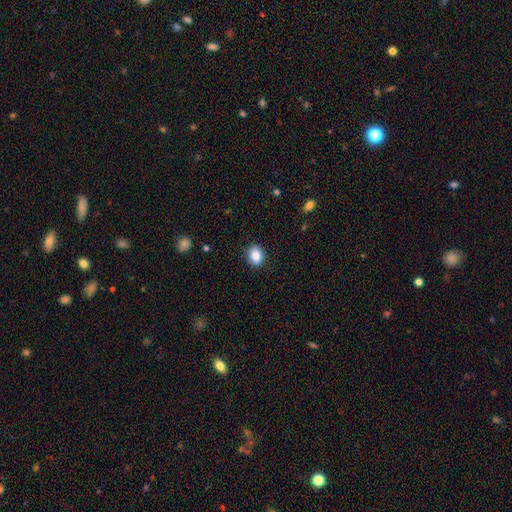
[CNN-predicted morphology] type=smooth (86%); roundness=in between (65%); merging=none (88%).